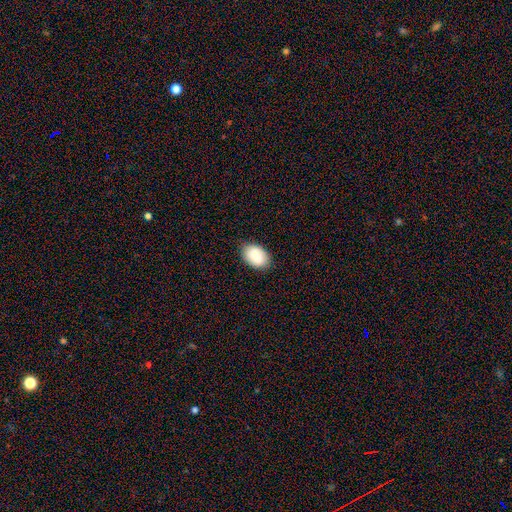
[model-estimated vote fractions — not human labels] A smooth galaxy with no disk features (89%) that is in between round and cigar-shaped (89%). Merging: none (86%).